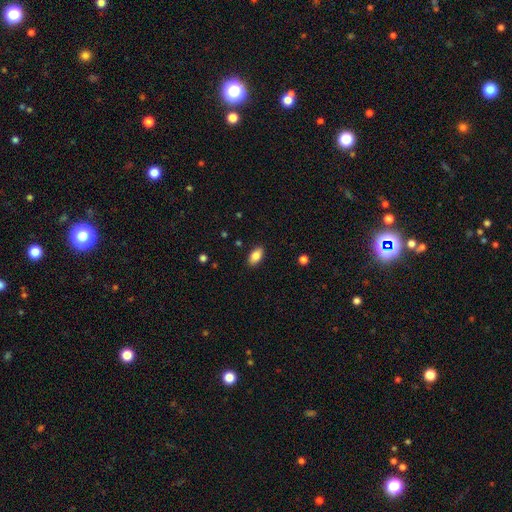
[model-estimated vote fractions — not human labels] Smooth or featured: smooth — 85% (featured or disk — 8%)
How rounded: in between — 92% (round — 4%)
Merging: none — 88% (minor disturbance — 9%)